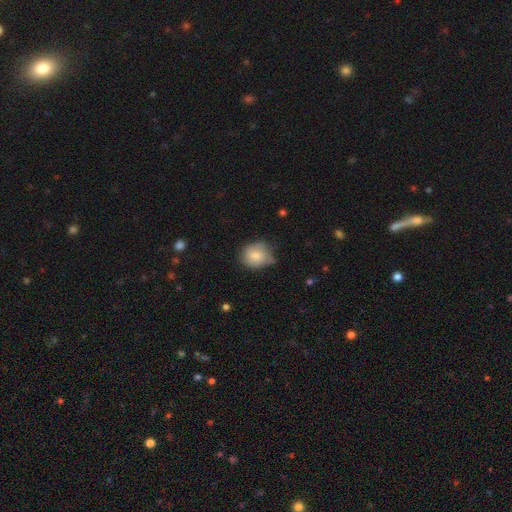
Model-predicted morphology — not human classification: Smooth or featured? Predicted: smooth (p=0.76). How rounded? Predicted: round (p=0.72). Merging? Predicted: none (p=0.52).